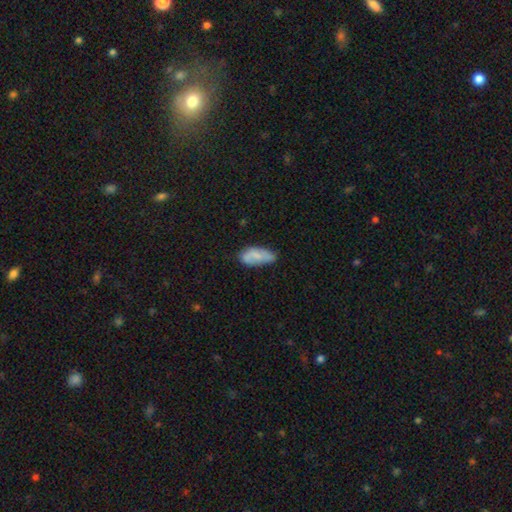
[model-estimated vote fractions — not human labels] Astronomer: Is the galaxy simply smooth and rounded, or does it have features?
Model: smooth — 70%.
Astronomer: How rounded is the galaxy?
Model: in between — 89%.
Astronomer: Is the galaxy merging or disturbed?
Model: none — 53% (runner-up: minor disturbance, 34%).